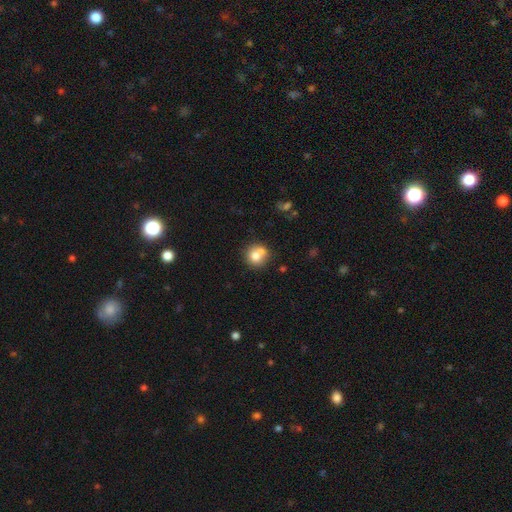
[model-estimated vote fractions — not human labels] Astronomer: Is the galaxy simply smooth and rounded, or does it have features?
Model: smooth — 74%.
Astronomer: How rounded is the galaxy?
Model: round — 88%.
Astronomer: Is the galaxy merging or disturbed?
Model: none — 52% (runner-up: merger, 33%).